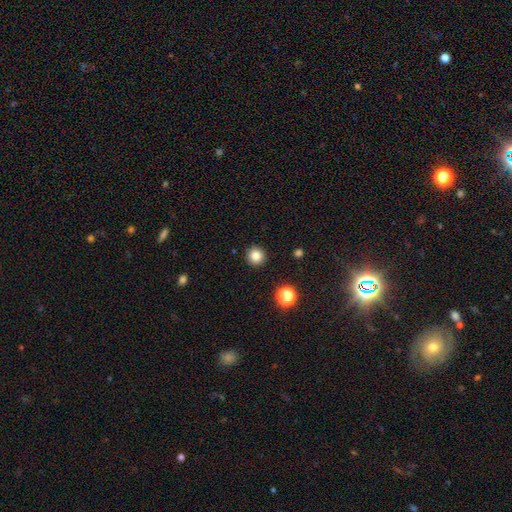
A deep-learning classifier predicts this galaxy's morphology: Smooth or featured? Predicted: smooth (p=0.83). How rounded? Predicted: round (p=0.94). Merging? Predicted: none (p=0.92).